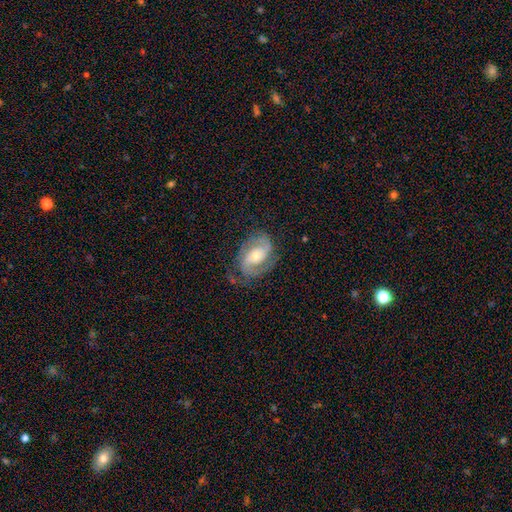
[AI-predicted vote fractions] Morphology: type=featured or disk (84%); edge-on=no (97%); bar=no (52%); spiral arms=yes (95%); winding=medium (43%); arm count=2 (74%); bulge=moderate (55%); merging=none (68%).